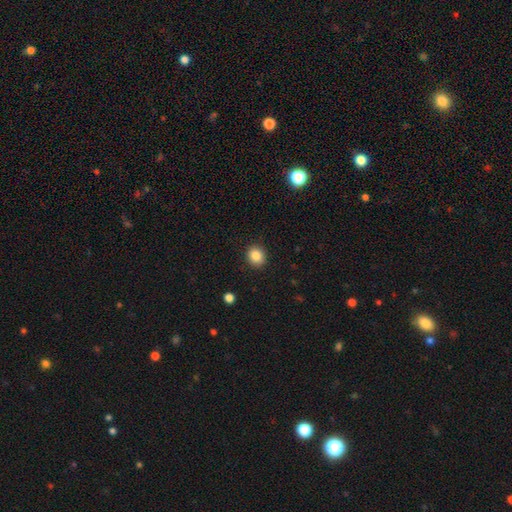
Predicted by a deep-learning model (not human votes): smooth_or_featured: smooth (p=0.86) [alt: star or artifact p=0.10]
how_rounded: round (p=0.78) [alt: in between p=0.21]
merging: none (p=0.90) [alt: minor disturbance p=0.07]